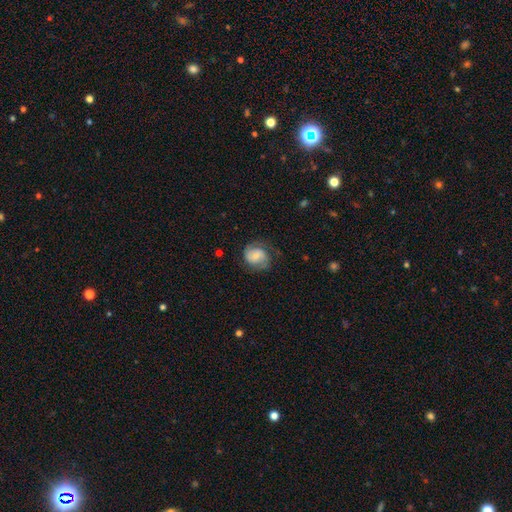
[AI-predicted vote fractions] Morphology: type=featured or disk (59%); edge-on=no (98%); bar=no (59%); spiral arms=yes (88%); winding=medium (42%); arm count=2 (73%); bulge=small (54%); merging=none (63%).